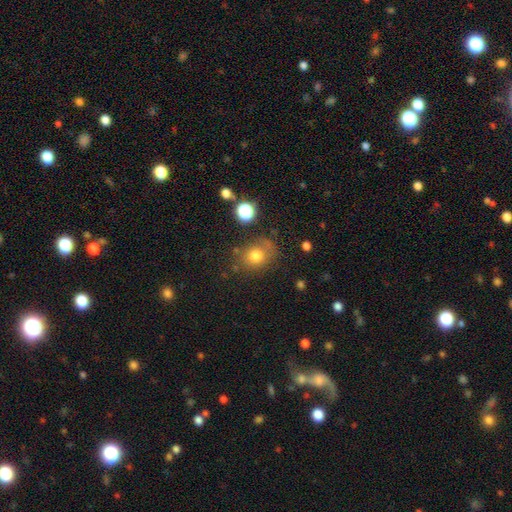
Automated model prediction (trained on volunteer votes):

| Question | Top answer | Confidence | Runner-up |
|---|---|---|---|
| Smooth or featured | smooth | 75% | star or artifact (14%) |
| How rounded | round | 68% | in between (31%) |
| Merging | none | 65% | minor disturbance (20%) |